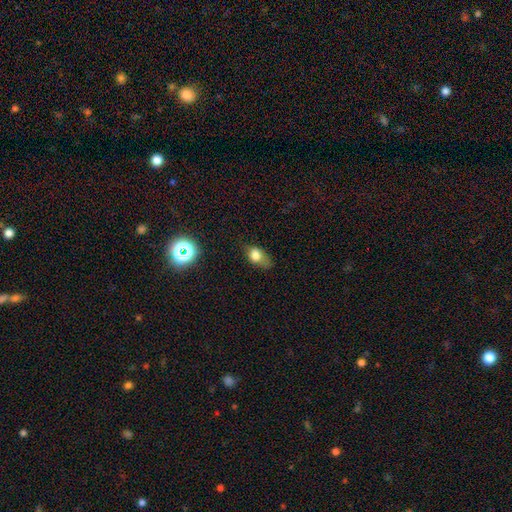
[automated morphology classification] smooth_or_featured: smooth (p=0.74) [alt: featured or disk p=0.13]
how_rounded: in between (p=0.77) [alt: round p=0.19]
merging: none (p=0.49) [alt: minor disturbance p=0.33]